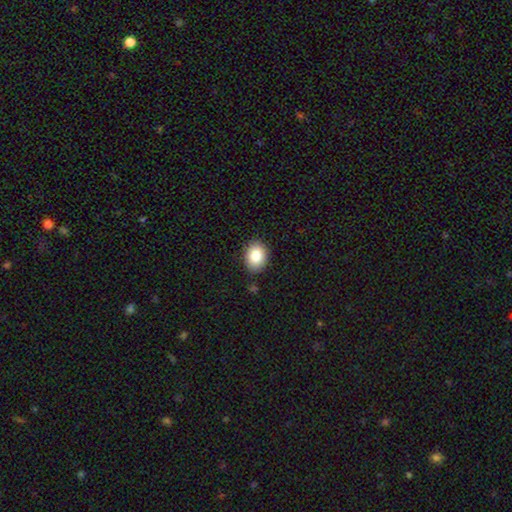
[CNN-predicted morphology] smooth 86%, star or artifact 8%, featured or disk 6%. Down the decision tree: how rounded — in between (67%); merging — none (86%).